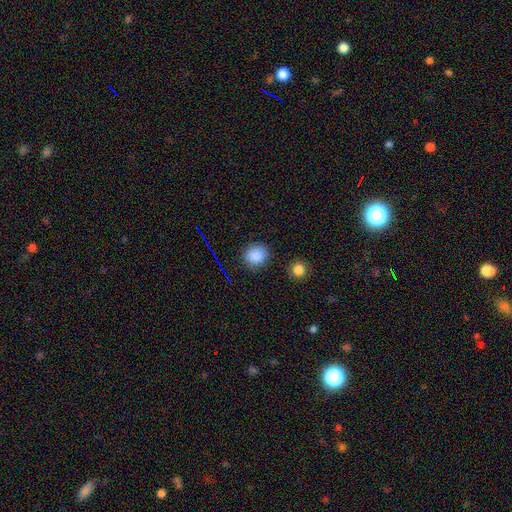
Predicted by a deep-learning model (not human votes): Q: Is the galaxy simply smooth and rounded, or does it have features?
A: smooth — 85%.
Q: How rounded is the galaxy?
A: round — 80%.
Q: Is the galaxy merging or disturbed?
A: none — 86%.